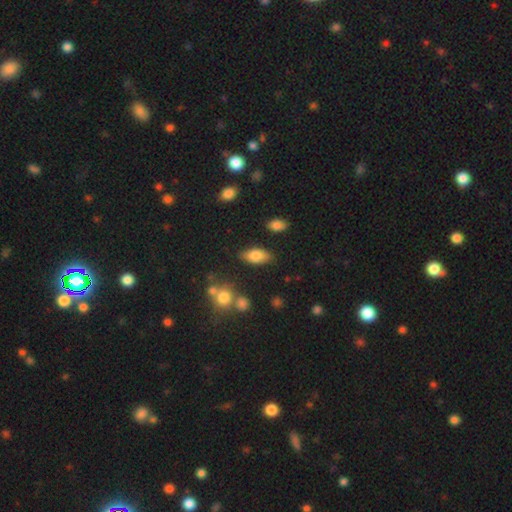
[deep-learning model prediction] Smooth or featured: smooth — 76% (featured or disk — 16%)
How rounded: in between — 89% (cigar-shaped — 8%)
Merging: none — 80% (minor disturbance — 13%)